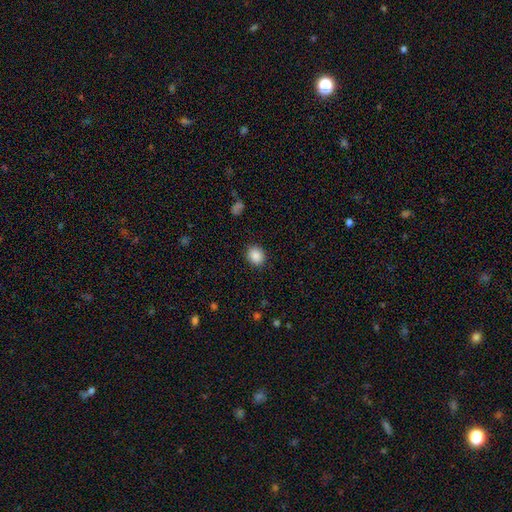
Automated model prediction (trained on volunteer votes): Smooth or featured? Predicted: smooth (p=0.88). How rounded? Predicted: round (p=0.73). Merging? Predicted: none (p=0.89).